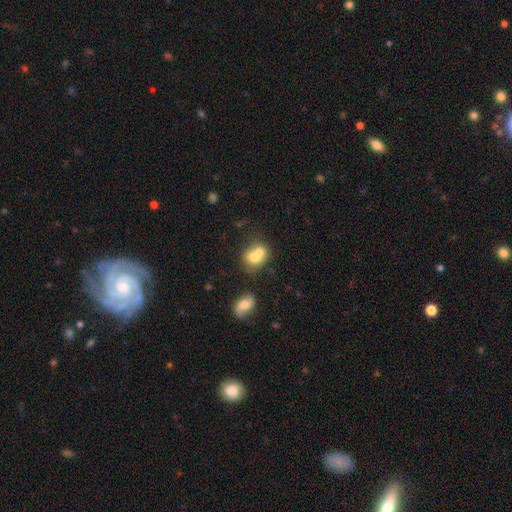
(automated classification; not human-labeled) A smooth galaxy with no disk features (69%) that is round (57%). Merging: merger (63%).